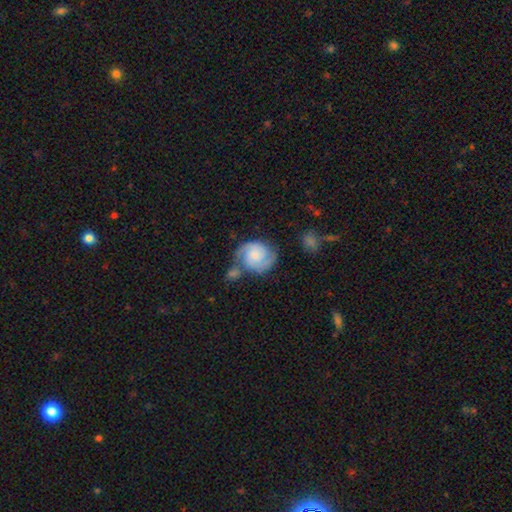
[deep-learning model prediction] Smooth or featured? Predicted: featured or disk (p=0.69). Edge-on disk? Predicted: no (p=0.98). Bar? Predicted: no (p=0.65). Spiral arms? Predicted: yes (p=0.94). Spiral winding? Predicted: tight (p=0.46). Spiral arm count? Predicted: 2 (p=0.81). Bulge size? Predicted: small (p=0.35). Merging? Predicted: none (p=0.48).